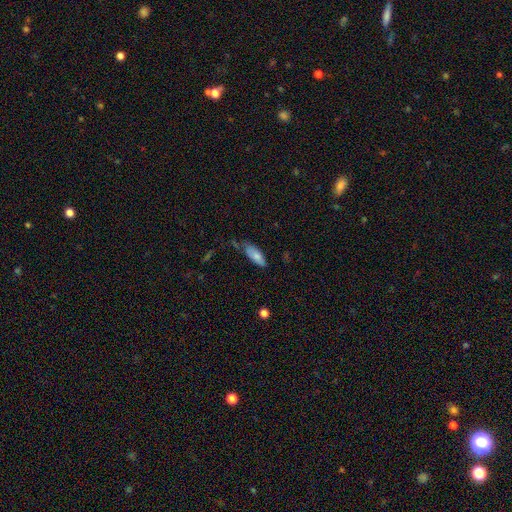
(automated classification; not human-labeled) smooth-or-featured: smooth: 78% | featured or disk: 15% | star or artifact: 7%
  how-rounded: in between: 75% | cigar-shaped: 24% | round: 2%
  merging: none: 55% | minor disturbance: 32% | major disturbance: 8% | merger: 6%